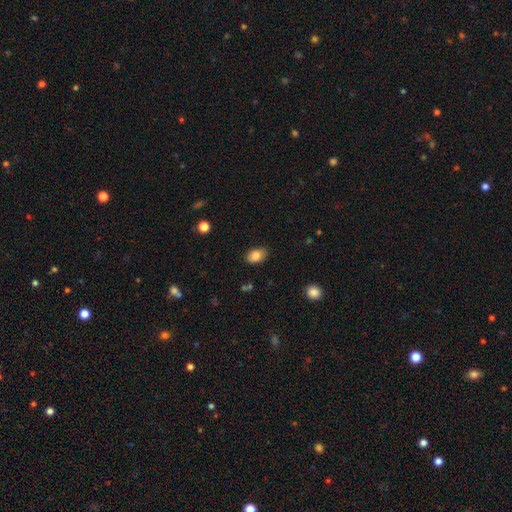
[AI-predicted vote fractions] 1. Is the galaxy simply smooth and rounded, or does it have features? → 84% smooth, 8% star or artifact, 7% featured or disk.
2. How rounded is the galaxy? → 84% in between, 15% round, 1% cigar-shaped.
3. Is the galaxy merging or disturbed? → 84% none, 12% minor disturbance, 2% major disturbance, 1% merger.